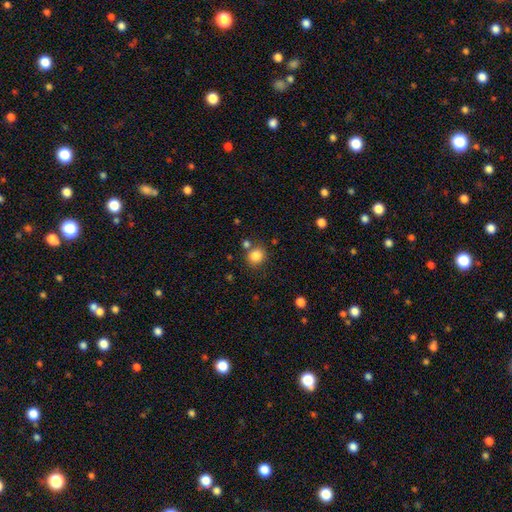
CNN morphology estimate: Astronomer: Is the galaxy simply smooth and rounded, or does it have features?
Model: smooth — 84%.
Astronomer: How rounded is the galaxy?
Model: round — 82%.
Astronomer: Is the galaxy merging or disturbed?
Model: none — 76%.